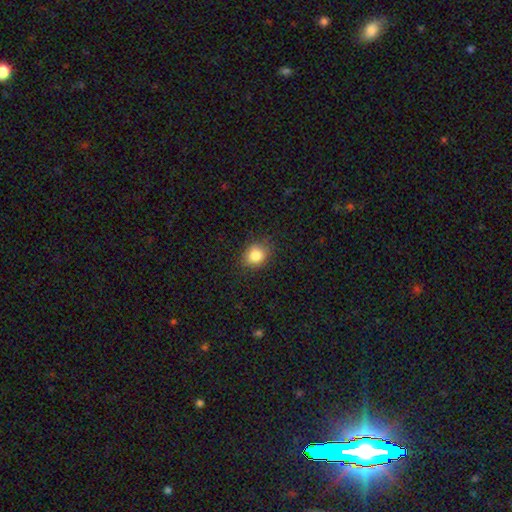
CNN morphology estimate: smooth_or_featured: smooth (p=0.84) [alt: star or artifact p=0.10]
how_rounded: round (p=0.60) [alt: in between p=0.39]
merging: none (p=0.83) [alt: minor disturbance p=0.13]